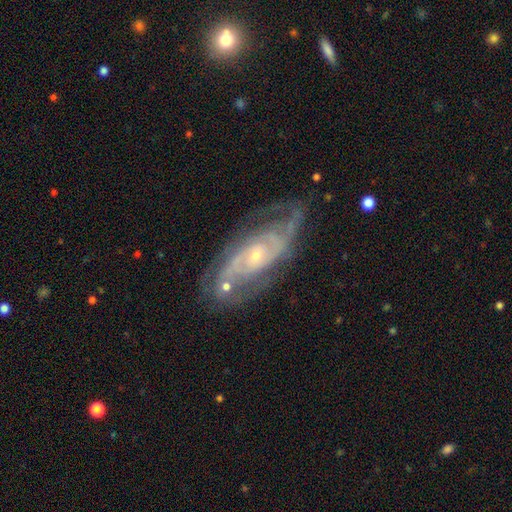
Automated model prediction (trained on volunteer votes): Q: Smooth or featured?
A: featured or disk (86%); runner-up: smooth (8%)
Q: Edge-on disk?
A: no (92%); runner-up: yes (8%)
Q: Bar?
A: no (62%); runner-up: weak (29%)
Q: Spiral arms?
A: yes (94%); runner-up: no (6%)
Q: Spiral winding?
A: tight (53%); runner-up: medium (37%)
Q: Spiral arm count?
A: 2 (43%); runner-up: can't tell (29%)
Q: Bulge size?
A: small (71%); runner-up: moderate (25%)
Q: Merging?
A: none (68%); runner-up: minor disturbance (19%)